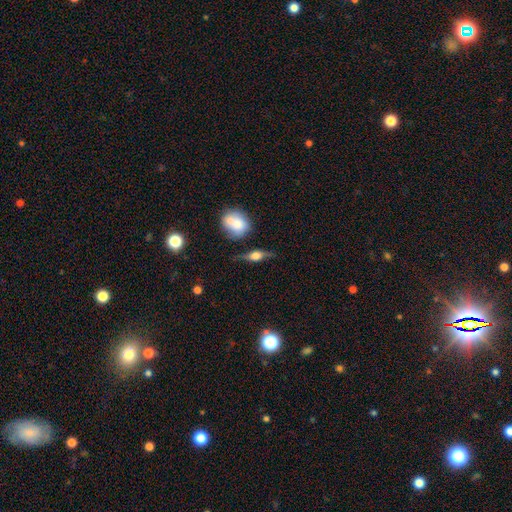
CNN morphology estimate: smooth_or_featured: featured or disk (p=0.61) [alt: smooth p=0.30]
disk_edge_on: yes (p=0.86) [alt: no p=0.14]
edge_on_bulge: rounded (p=0.91) [alt: boxy p=0.07]
merging: none (p=0.69) [alt: minor disturbance p=0.19]